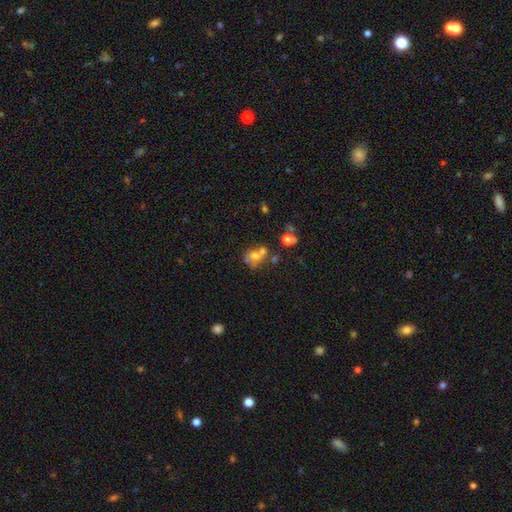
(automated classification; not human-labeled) Smooth or featured?
  - smooth: 54% *
  - featured or disk: 30%
  - star or artifact: 16%
How rounded?
  - round: 57% *
  - in between: 42%
  - cigar-shaped: 1%
Merging?
  - merger: 46% *
  - none: 31%
  - minor disturbance: 13%
  - major disturbance: 10%